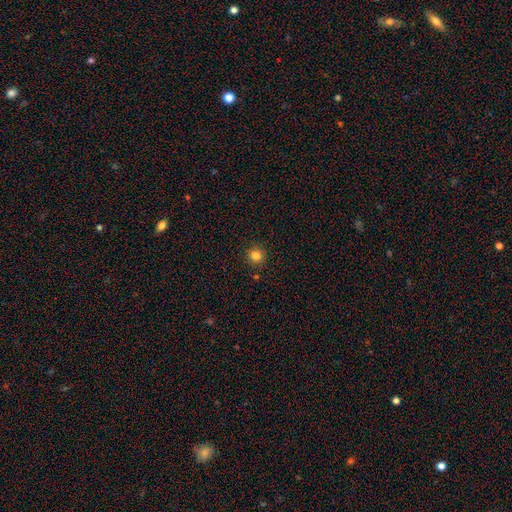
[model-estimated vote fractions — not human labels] Morphology: type=smooth (83%); roundness=round (89%); merging=none (89%).